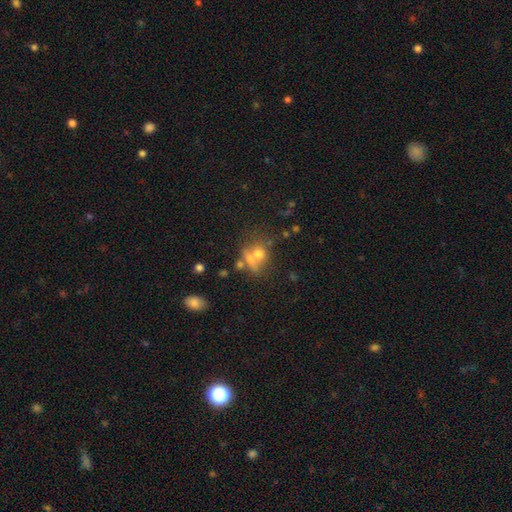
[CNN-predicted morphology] This appears to be a smooth galaxy with no disk features (62%) that is round (66%). Merging: merger (45%).